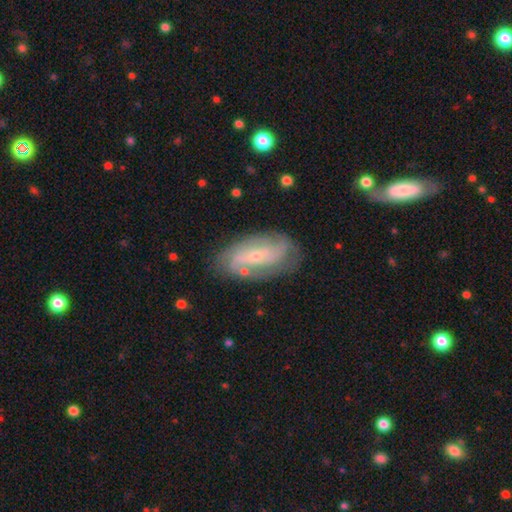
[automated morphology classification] Smooth or featured: featured or disk — 75% (smooth — 18%)
Edge-on disk: no — 91% (yes — 9%)
Bar: no — 48% (weak — 33%)
Spiral arms: yes — 87% (no — 13%)
Spiral winding: tight — 46% (medium — 36%)
Spiral arm count: 2 — 46% (can't tell — 32%)
Bulge size: small — 77% (moderate — 19%)
Merging: none — 75% (minor disturbance — 17%)